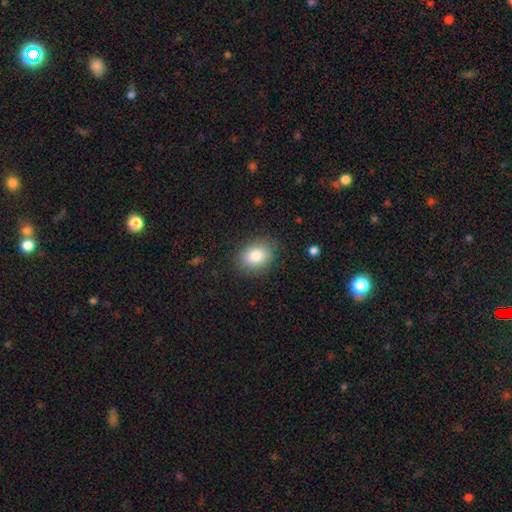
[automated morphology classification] type=smooth (83%); roundness=in between (62%); merging=none (84%).